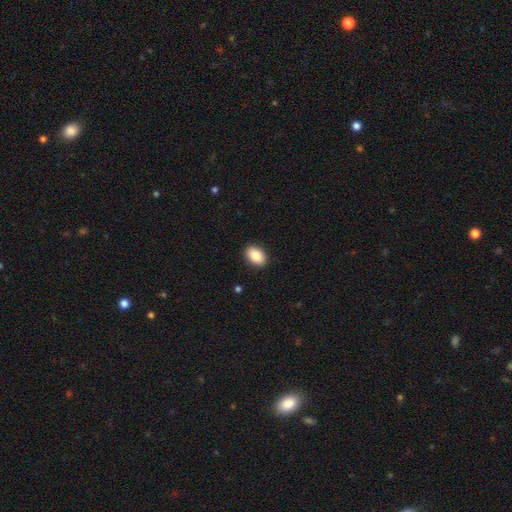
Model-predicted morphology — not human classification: smooth-or-featured: smooth: 89% | star or artifact: 7% | featured or disk: 4%
  how-rounded: in between: 87% | round: 12% | cigar-shaped: 1%
  merging: none: 91% | minor disturbance: 7% | major disturbance: 2% | merger: 1%